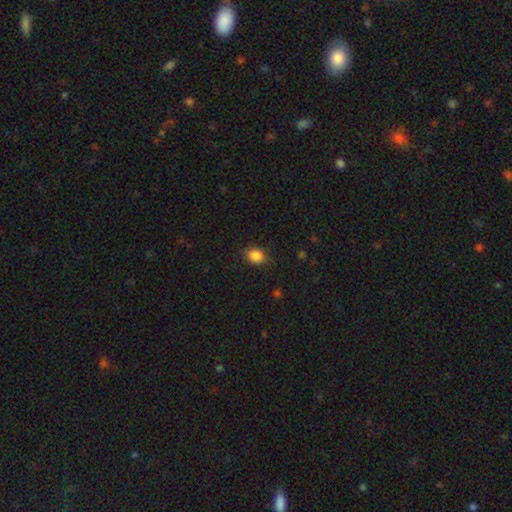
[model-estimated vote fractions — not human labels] Q: Smooth or featured?
A: smooth (87%); runner-up: star or artifact (10%)
Q: How rounded?
A: in between (53%); runner-up: round (46%)
Q: Merging?
A: none (84%); runner-up: minor disturbance (12%)